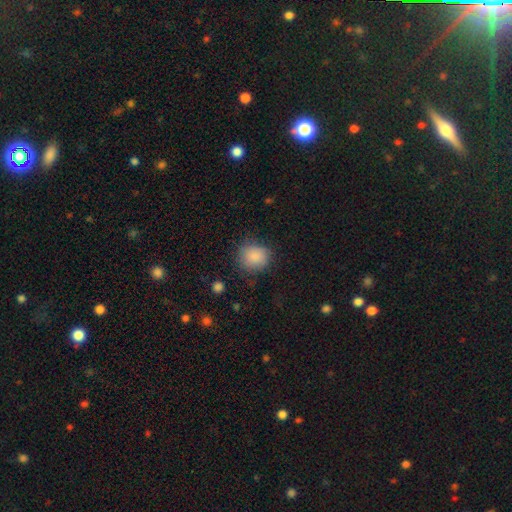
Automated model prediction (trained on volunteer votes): Smooth or featured? smooth (85%)
How rounded? round (83%)
Merging? none (72%)